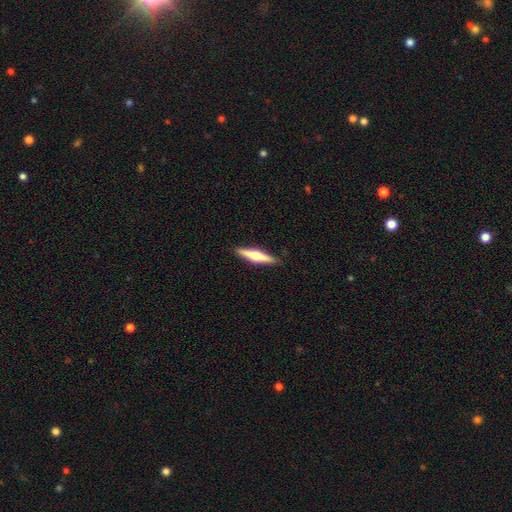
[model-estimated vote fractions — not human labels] Overall: featured or disk (62%; smooth 32%). Edge-on disk: yes (97%). Edge-on bulge: rounded (93%). Merging: none (91%).